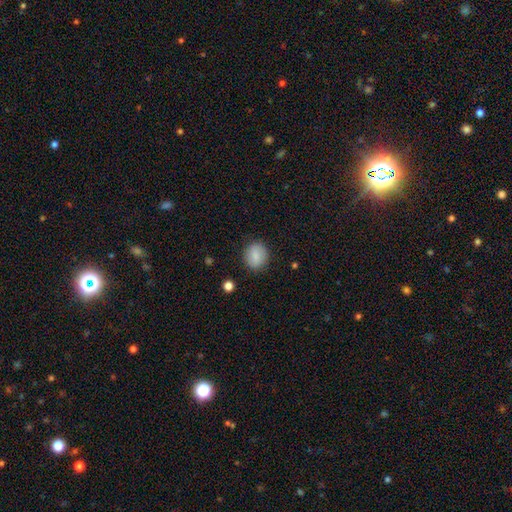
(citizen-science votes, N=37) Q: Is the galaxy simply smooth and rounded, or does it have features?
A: smooth — 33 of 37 (89%).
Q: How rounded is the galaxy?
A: round — 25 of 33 (76%).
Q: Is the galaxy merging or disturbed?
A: none — 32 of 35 (91%).